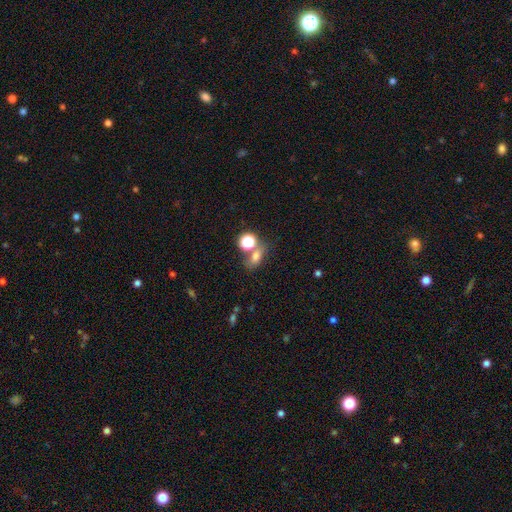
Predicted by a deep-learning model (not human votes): This is likely a smooth galaxy (70%). How rounded: likely in between (62%). Merging: possibly none (51%).